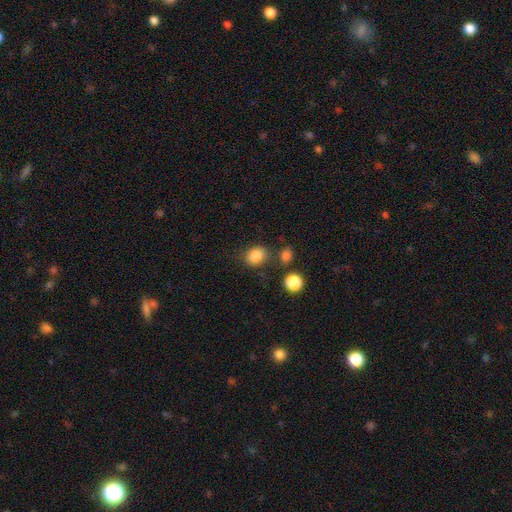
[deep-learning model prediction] This appears to be a smooth galaxy with no disk features (84%) that is round (60%). Merging: none (74%).